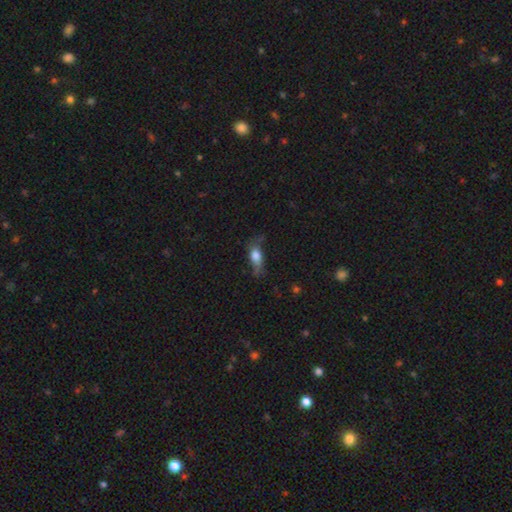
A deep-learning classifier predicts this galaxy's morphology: Smooth or featured? Predicted: smooth (p=0.56). How rounded? Predicted: in between (p=0.73). Merging? Predicted: none (p=0.50).